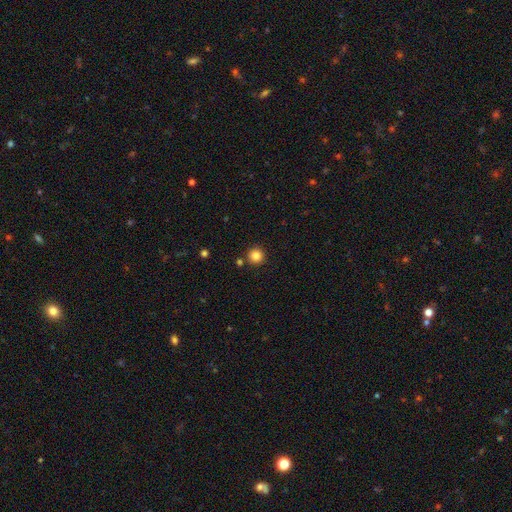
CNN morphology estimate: A smooth galaxy with no disk features (85%) that is round (95%). Merging: none (88%).